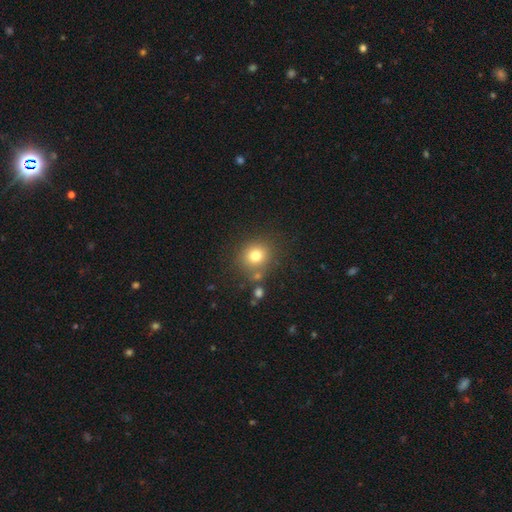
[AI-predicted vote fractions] This appears to be a smooth galaxy with no disk features (76%) that is round (84%). Merging: none (77%).